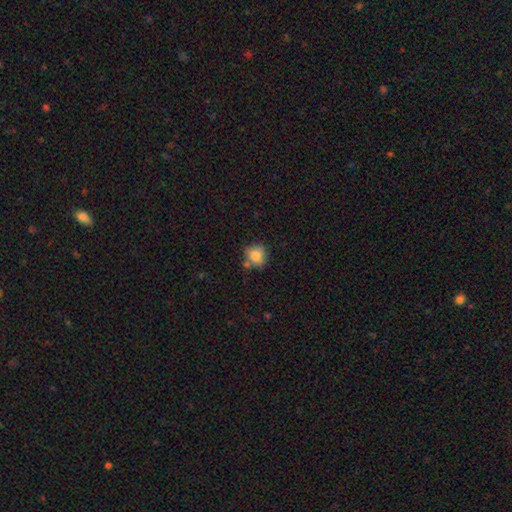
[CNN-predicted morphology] smooth_or_featured: smooth (p=0.82) [alt: star or artifact p=0.09]
how_rounded: round (p=0.72) [alt: in between p=0.27]
merging: none (p=0.60) [alt: minor disturbance p=0.21]